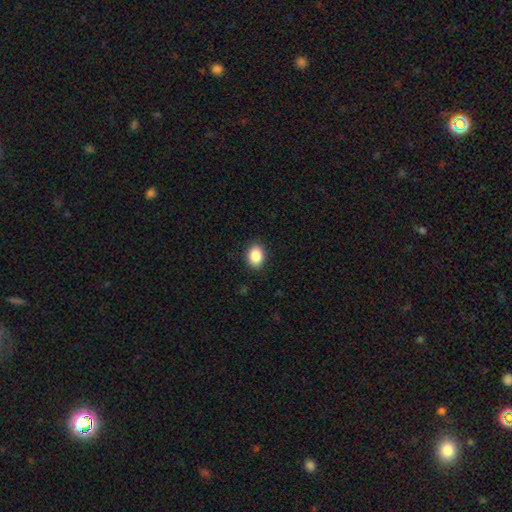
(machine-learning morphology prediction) Overall: smooth (88%). How rounded: in between (71%). Merging: none (89%).